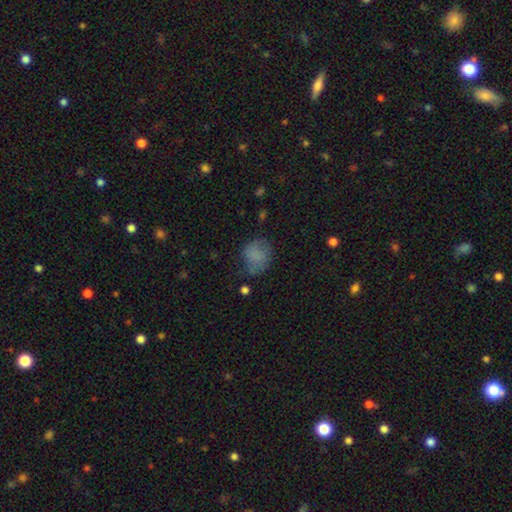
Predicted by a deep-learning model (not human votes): A smooth galaxy with no disk features (75%) that is round (60%). Merging: none (56%).